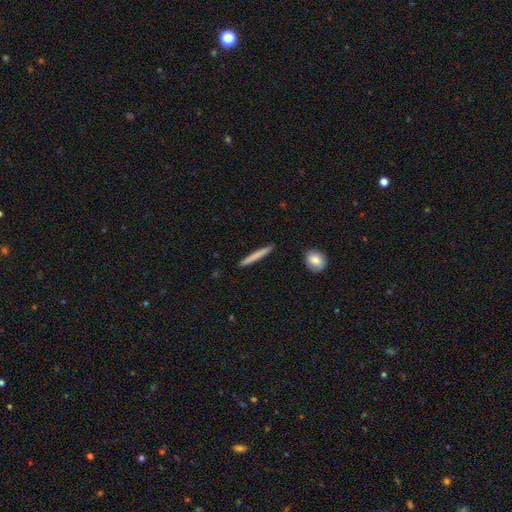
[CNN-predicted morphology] This is likely a smooth galaxy (69%). How rounded: clearly cigar-shaped (96%). Merging: clearly none (91%).